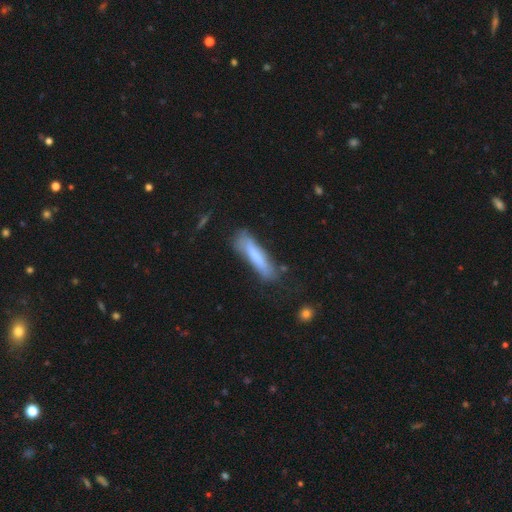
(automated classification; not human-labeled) smooth 68%, featured or disk 25%, star or artifact 7%. Down the decision tree: how rounded — cigar-shaped (83%); merging — none (66%).